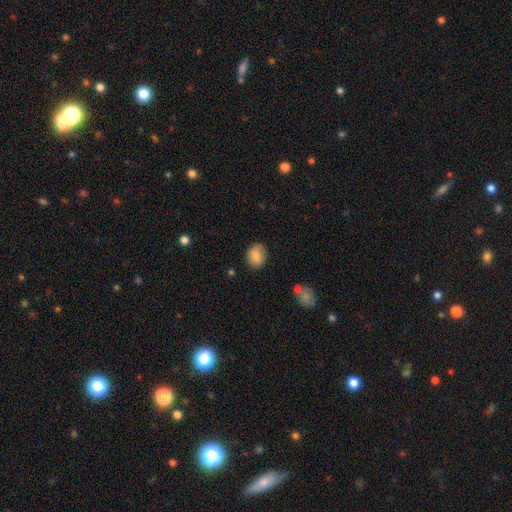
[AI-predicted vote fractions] A smooth galaxy with no disk features (86%) that is in between round and cigar-shaped (51%). Merging: none (81%).